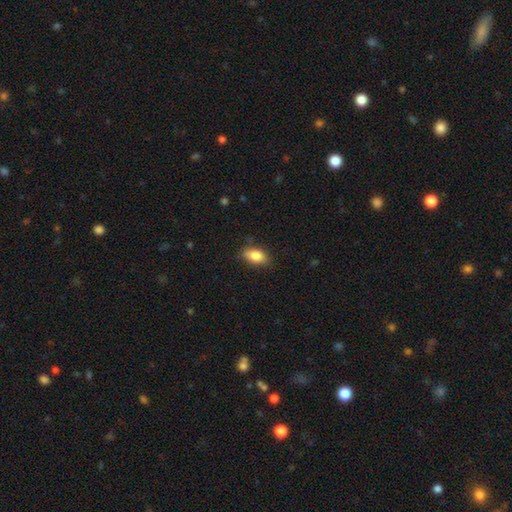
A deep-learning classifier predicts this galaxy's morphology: A smooth galaxy with no disk features (83%) that is in between round and cigar-shaped (87%).

Vote fractions:
- Smooth or featured? smooth: 83% / featured or disk: 9% / star or artifact: 8%
- How rounded? in between: 87% / round: 10% / cigar-shaped: 3%
- Merging? none: 77% / minor disturbance: 18% / major disturbance: 3% / merger: 1%